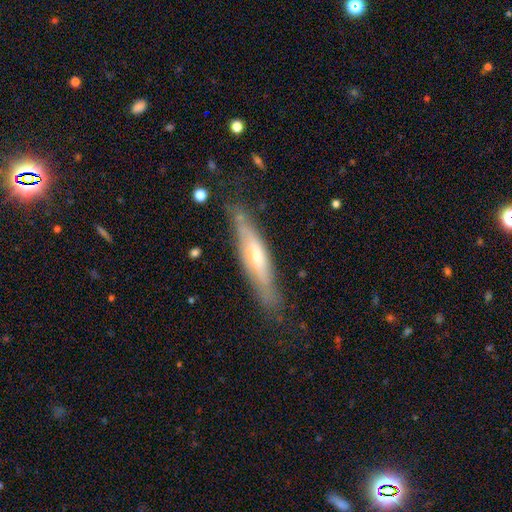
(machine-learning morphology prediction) type=featured or disk (60%); edge-on=yes (72%); merging=none (72%).